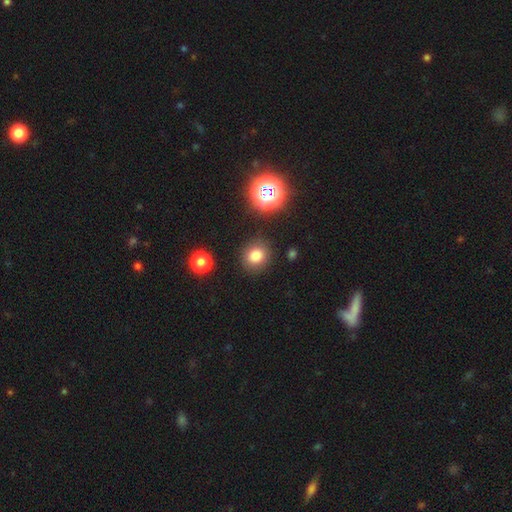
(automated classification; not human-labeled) A smooth galaxy with no disk features (78%) that is round (81%). Merging: none (86%).